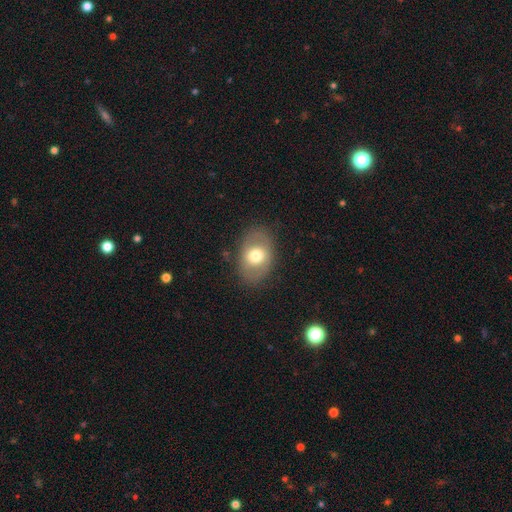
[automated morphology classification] Smooth or featured? smooth (61%)
How rounded? in between (76%)
Merging? none (81%)